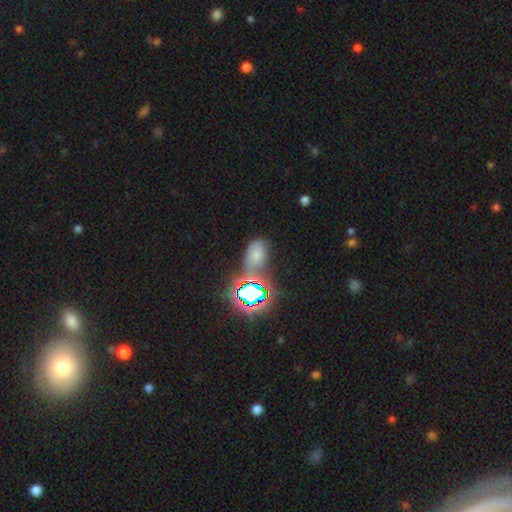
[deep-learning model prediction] A smooth galaxy with no disk features (48%). Merging: none (50%).